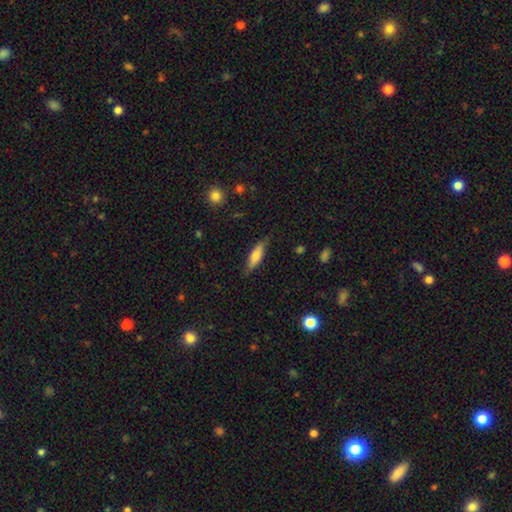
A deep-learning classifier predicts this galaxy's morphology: smooth_or_featured: smooth (p=0.65) [alt: featured or disk p=0.28]
how_rounded: cigar-shaped (p=0.54) [alt: in between p=0.44]
merging: none (p=0.79) [alt: minor disturbance p=0.17]